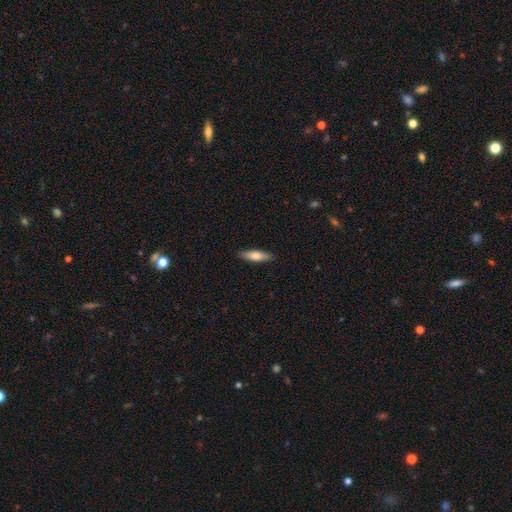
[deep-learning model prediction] smooth 70%, featured or disk 24%, star or artifact 6%. Down the decision tree: how rounded — cigar-shaped (57%); merging — none (89%).